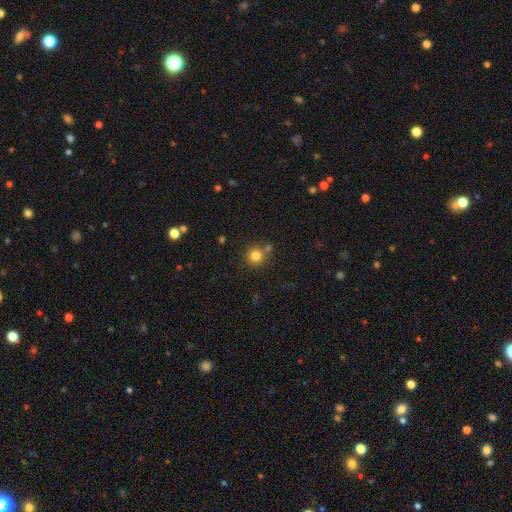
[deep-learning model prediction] smooth_or_featured: smooth (p=0.81) [alt: star or artifact p=0.12]
how_rounded: round (p=0.93) [alt: in between p=0.06]
merging: none (p=0.72) [alt: merger p=0.16]